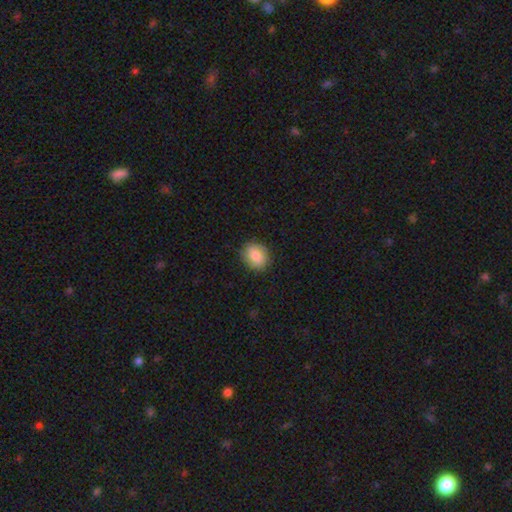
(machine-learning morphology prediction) This is clearly a smooth galaxy (84%). How rounded: likely round (64%). Merging: clearly none (87%).